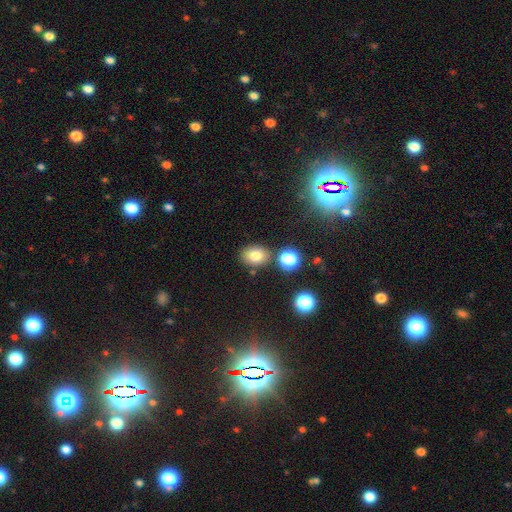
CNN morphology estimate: This is likely a smooth galaxy (77%). How rounded: likely in between (61%). Merging: likely none (78%).